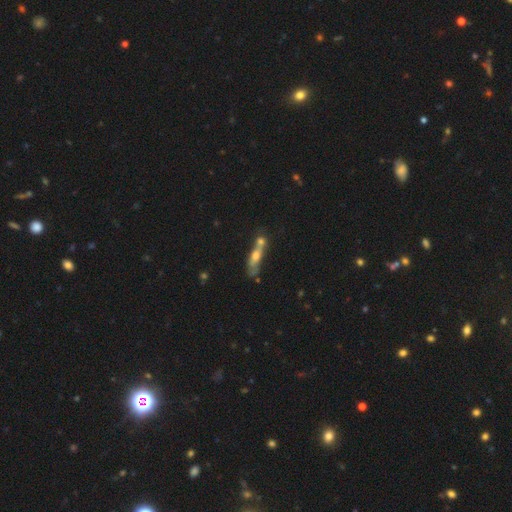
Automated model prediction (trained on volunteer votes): Smooth or featured?
  - smooth: 46% *
  - featured or disk: 43%
  - star or artifact: 11%
Merging?
  - merger: 52% *
  - none: 26%
  - minor disturbance: 12%
  - major disturbance: 10%